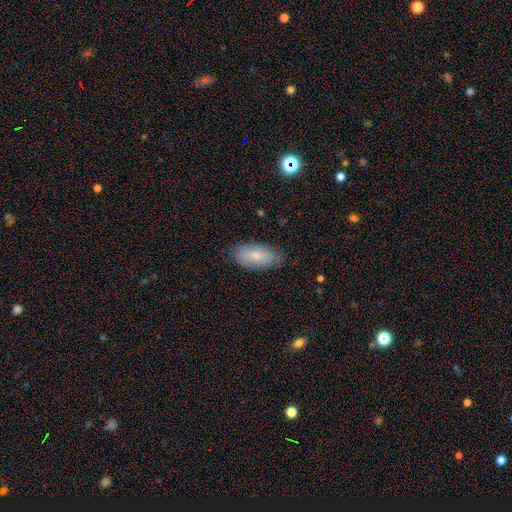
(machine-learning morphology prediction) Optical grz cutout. It shows a smooth galaxy with no disk features (76%) that is in between round and cigar-shaped (91%). Merging: none (79%).